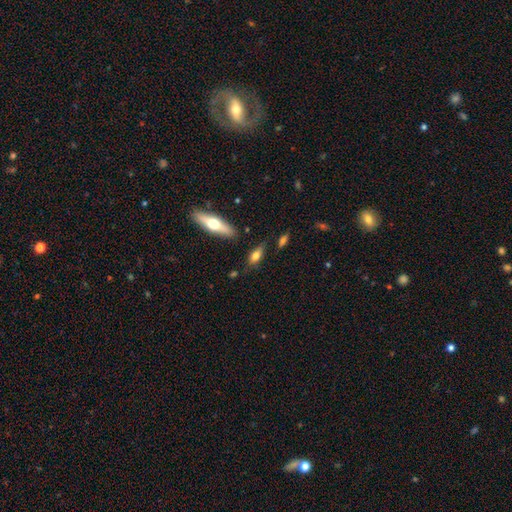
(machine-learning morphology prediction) Smooth or featured?
  - smooth: 65% *
  - featured or disk: 26%
  - star or artifact: 8%
How rounded?
  - in between: 70% *
  - cigar-shaped: 25%
  - round: 5%
Merging?
  - none: 75% *
  - minor disturbance: 17%
  - merger: 5%
  - major disturbance: 4%